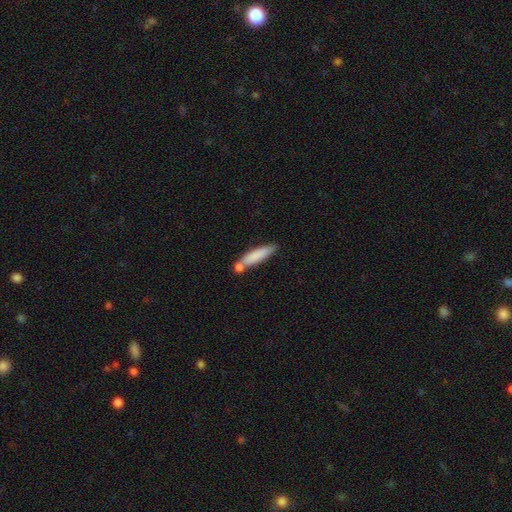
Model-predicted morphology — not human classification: This is likely a smooth galaxy (79%). How rounded: clearly cigar-shaped (80%). Merging: possibly none (56%).